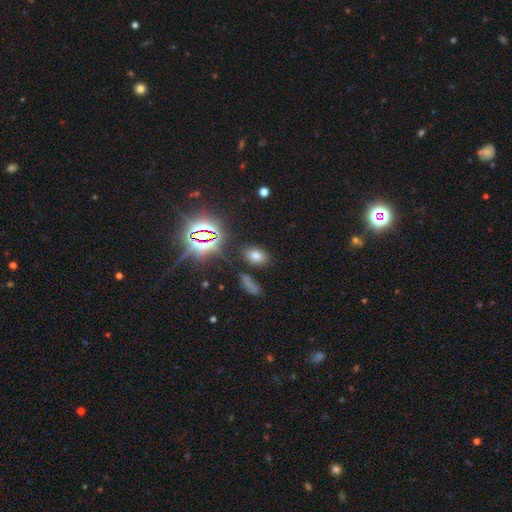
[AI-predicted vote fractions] This appears to be a smooth galaxy with no disk features (64%) that is in between round and cigar-shaped (81%). Merging: none (83%).